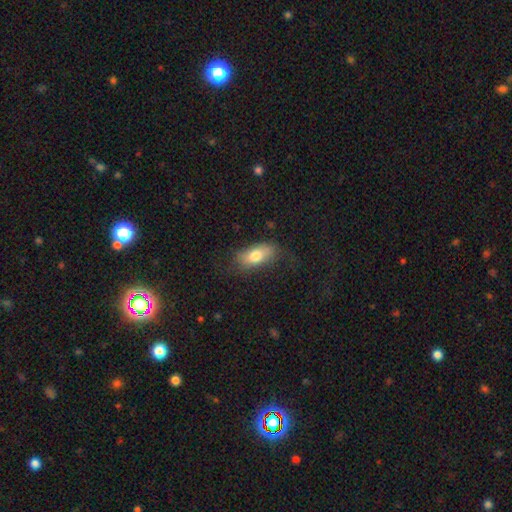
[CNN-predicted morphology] A smooth galaxy with no disk features (75%) that is in between round and cigar-shaped (86%). Merging: none (66%).